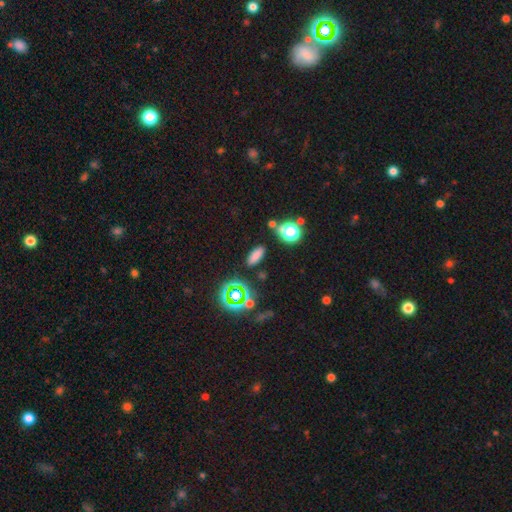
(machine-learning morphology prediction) smooth_or_featured: smooth (p=0.75) [alt: star or artifact p=0.19]
how_rounded: in between (p=0.65) [alt: cigar-shaped p=0.29]
merging: none (p=0.86) [alt: minor disturbance p=0.08]